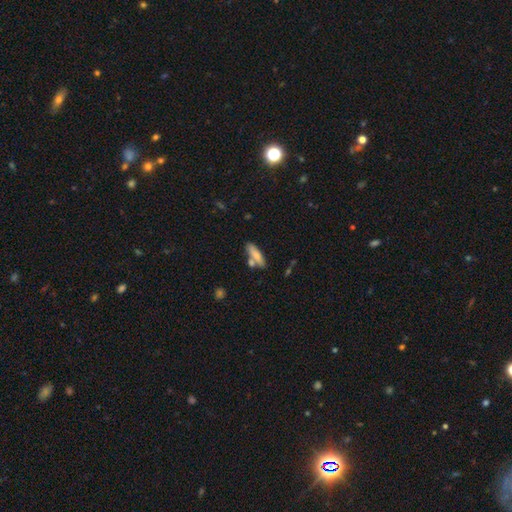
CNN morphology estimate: This appears to be a smooth galaxy with no disk features (74%) that is cigar-shaped (62%). Merging: none (65%).